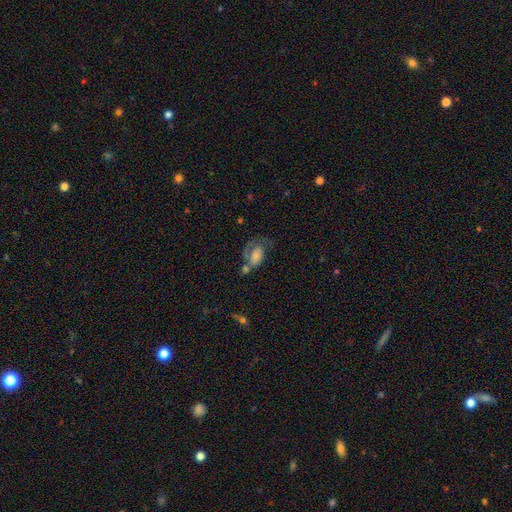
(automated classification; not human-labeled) This appears to be a smooth galaxy with no disk features (54%) that is in between round and cigar-shaped (88%). Merging: major disturbance (30%).